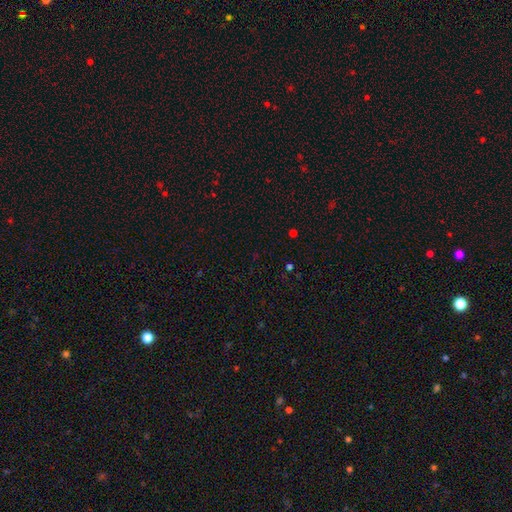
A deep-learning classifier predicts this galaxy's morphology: Q: Smooth or featured?
A: star or artifact (62%); runner-up: smooth (31%)